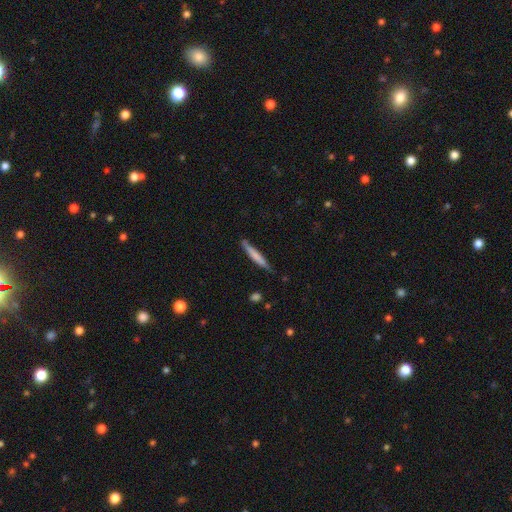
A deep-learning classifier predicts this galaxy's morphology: Q: Smooth or featured?
A: smooth (71%); runner-up: featured or disk (24%)
Q: How rounded?
A: cigar-shaped (94%); runner-up: in between (4%)
Q: Merging?
A: none (79%); runner-up: minor disturbance (16%)